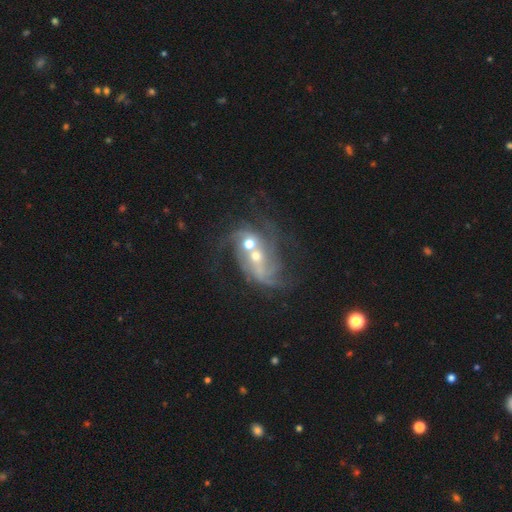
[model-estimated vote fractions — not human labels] A featured or disk galaxy (78%) with no bar (61%), 2 (37%) loose (45%) spiral arms (86%) and a moderate central bulge (48%).

Vote fractions:
- Smooth or featured? featured or disk: 78% / smooth: 12% / star or artifact: 10%
- Edge-on disk? no: 97% / yes: 3%
- Bar? no: 61% / weak: 29% / strong: 10%
- Spiral arms? yes: 86% / no: 14%
- Spiral winding? loose: 45% / medium: 38% / tight: 17%
- Spiral arm count? 2: 37% / can't tell: 24% / 3: 21% / 1: 8% / 4: 6% / more than 4: 4%
- Bulge size? moderate: 48% / small: 41% / none: 5% / large: 5% / dominant: 2%
- Merging? merger: 55% / none: 20% / major disturbance: 15% / minor disturbance: 9%